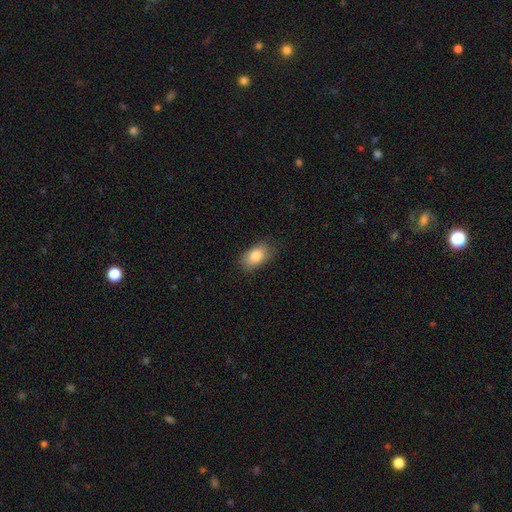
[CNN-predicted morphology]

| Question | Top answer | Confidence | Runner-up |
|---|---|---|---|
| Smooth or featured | smooth | 83% | featured or disk (10%) |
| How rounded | in between | 90% | round (8%) |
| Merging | none | 81% | minor disturbance (15%) |